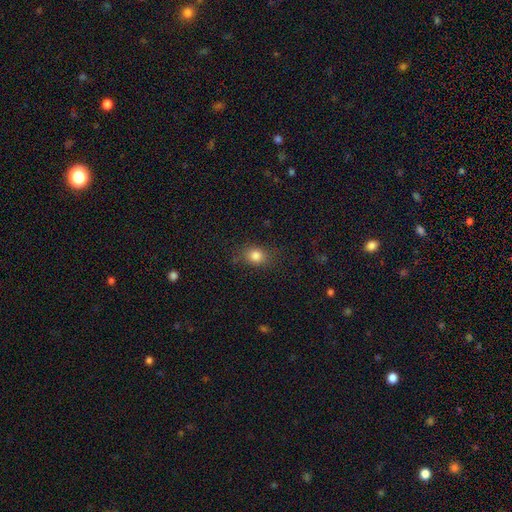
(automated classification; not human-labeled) Overall: smooth (82%). How rounded: round (53%; in between 46%). Merging: none (77%).